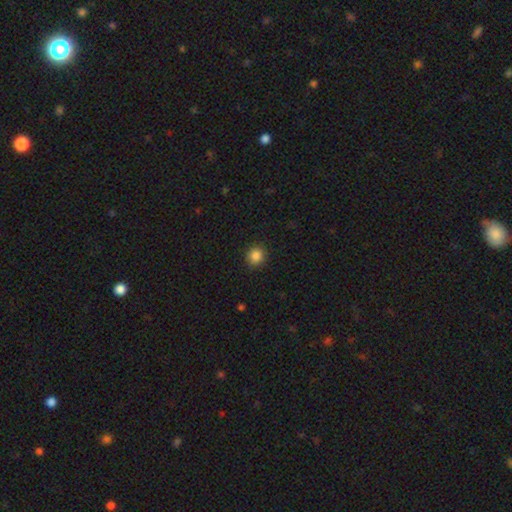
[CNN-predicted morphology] type=smooth (86%); roundness=round (89%); merging=none (89%).